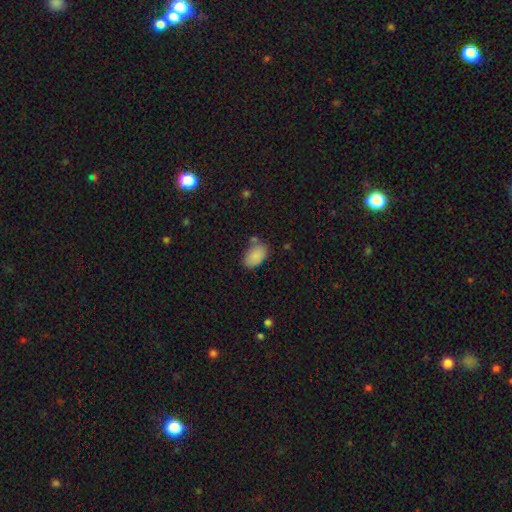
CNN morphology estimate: smooth_or_featured: smooth (p=0.87) [alt: star or artifact p=0.08]
how_rounded: in between (p=0.92) [alt: round p=0.07]
merging: none (p=0.68) [alt: minor disturbance p=0.19]